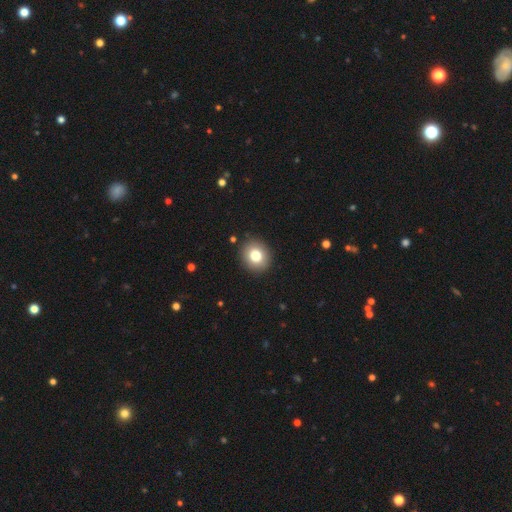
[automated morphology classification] smooth-or-featured: smooth: 80% | featured or disk: 10% | star or artifact: 10%
  how-rounded: round: 80% | in between: 19% | cigar-shaped: 1%
  merging: none: 91% | minor disturbance: 6% | major disturbance: 2% | merger: 1%